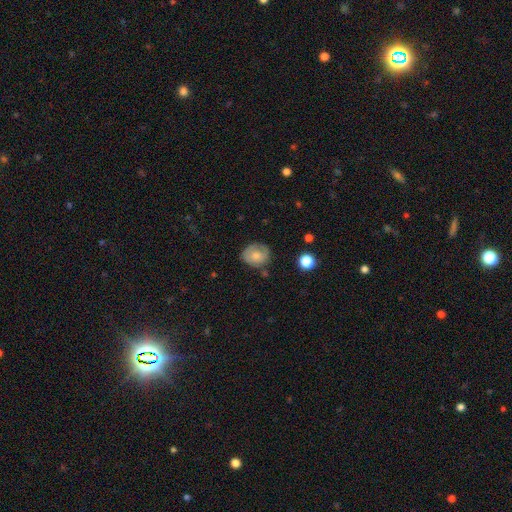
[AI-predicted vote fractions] Smooth or featured?
  - smooth: 65% *
  - featured or disk: 26%
  - star or artifact: 8%
How rounded?
  - round: 63% *
  - in between: 36%
  - cigar-shaped: 1%
Merging?
  - none: 65% *
  - minor disturbance: 24%
  - major disturbance: 7%
  - merger: 3%